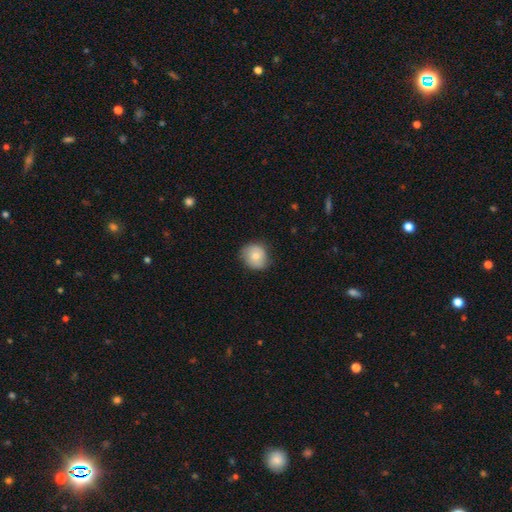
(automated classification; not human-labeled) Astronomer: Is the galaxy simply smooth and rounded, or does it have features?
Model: smooth — 75%.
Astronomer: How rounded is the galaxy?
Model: round — 80%.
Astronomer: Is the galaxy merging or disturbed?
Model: none — 77%.